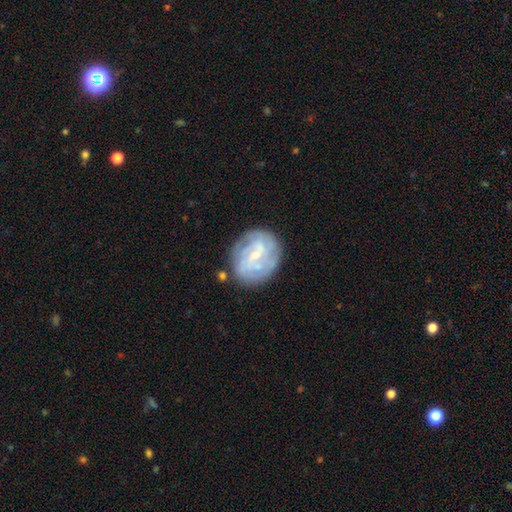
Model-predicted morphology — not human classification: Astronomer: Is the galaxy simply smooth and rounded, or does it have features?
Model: featured or disk — 72%.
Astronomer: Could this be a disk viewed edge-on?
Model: no — 97%.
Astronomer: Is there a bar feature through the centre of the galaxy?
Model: weak — 52% (runner-up: no, 33%).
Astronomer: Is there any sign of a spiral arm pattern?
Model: yes — 84%.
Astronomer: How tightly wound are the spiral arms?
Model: tight — 55% (runner-up: medium, 32%).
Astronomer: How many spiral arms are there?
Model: can't tell — 43% (runner-up: 2, 24%).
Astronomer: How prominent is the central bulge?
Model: small — 73%.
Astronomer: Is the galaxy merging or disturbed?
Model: none — 74%.